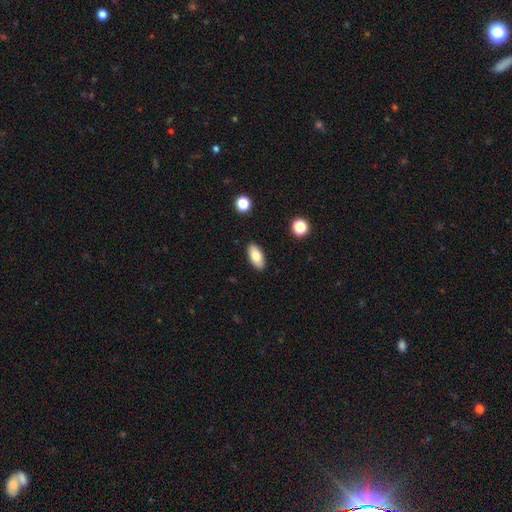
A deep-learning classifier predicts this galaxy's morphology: A smooth galaxy with no disk features (80%) that is in between round and cigar-shaped (90%).

Vote fractions:
- Smooth or featured? smooth: 80% / featured or disk: 12% / star or artifact: 7%
- How rounded? in between: 90% / cigar-shaped: 7% / round: 3%
- Merging? none: 89% / minor disturbance: 8% / major disturbance: 2% / merger: 1%